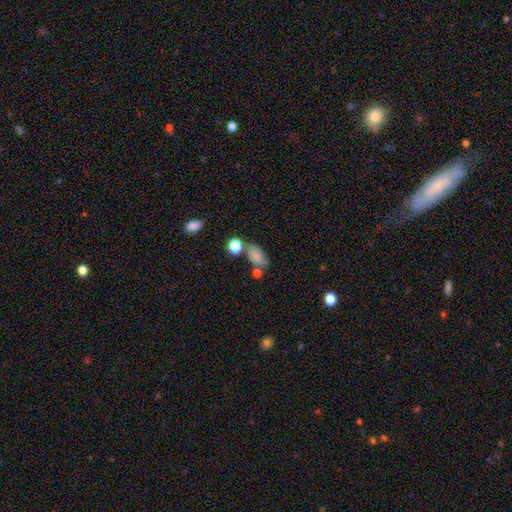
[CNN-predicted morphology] Q: Smooth or featured?
A: smooth (78%); runner-up: featured or disk (11%)
Q: How rounded?
A: in between (87%); runner-up: round (10%)
Q: Merging?
A: none (52%); runner-up: minor disturbance (20%)